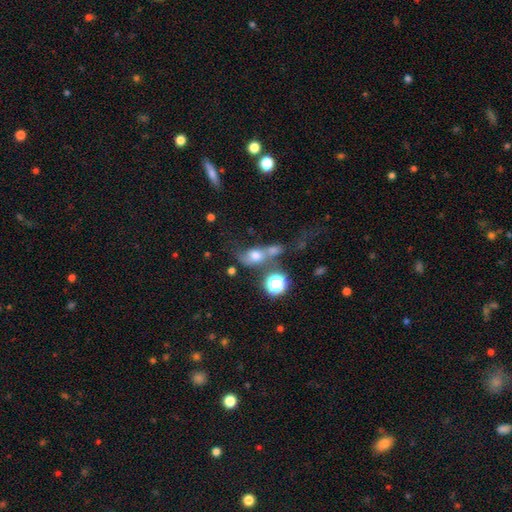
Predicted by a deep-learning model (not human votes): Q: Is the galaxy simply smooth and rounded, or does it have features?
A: smooth — 60%.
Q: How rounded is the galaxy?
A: in between — 57%.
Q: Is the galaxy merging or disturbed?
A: merger — 44%.